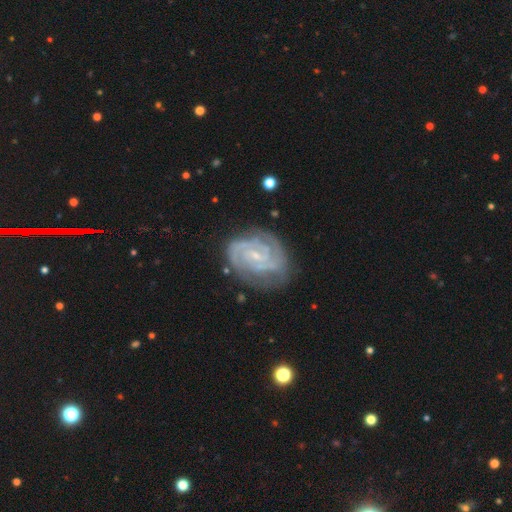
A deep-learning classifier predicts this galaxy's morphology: Smooth or featured? featured or disk (88%)
Edge-on disk? no (97%)
Bar? no (43%, tied with weak)
Spiral arms? yes (97%)
Spiral winding? tight (64%)
Spiral arm count? 2 (46%)
Bulge size? small (78%)
Merging? none (73%)